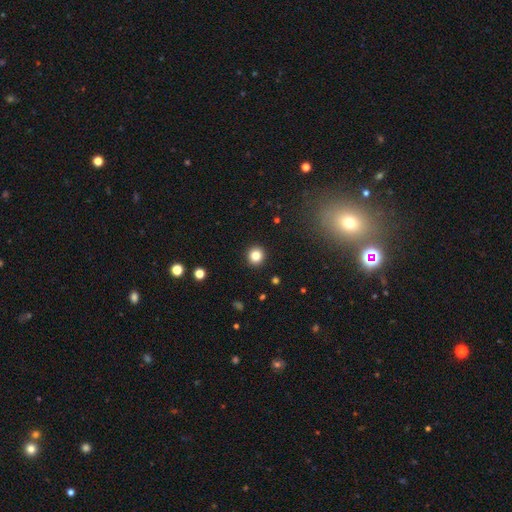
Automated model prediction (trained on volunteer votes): This is clearly a smooth galaxy (84%). How rounded: clearly round (93%). Merging: clearly none (93%).